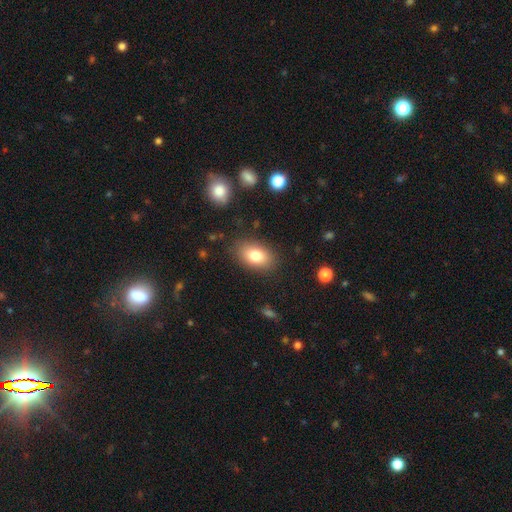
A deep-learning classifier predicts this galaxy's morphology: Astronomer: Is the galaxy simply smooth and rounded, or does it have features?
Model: smooth — 81%.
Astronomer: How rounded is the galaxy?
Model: in between — 89%.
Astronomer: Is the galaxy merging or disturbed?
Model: none — 84%.